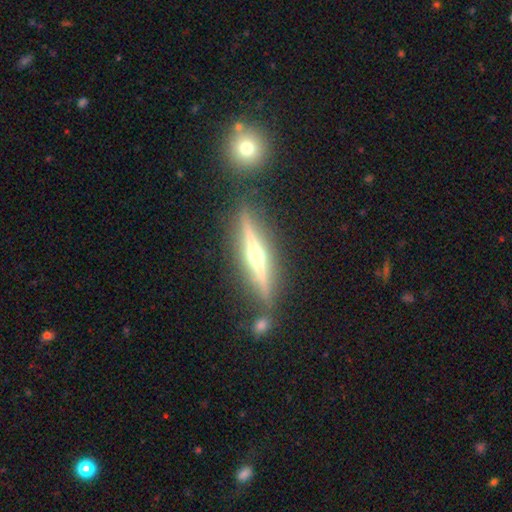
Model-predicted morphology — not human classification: A featured or disk galaxy (82%) viewed edge-on (97%) with a rounded central bulge (94%). Merging: none (84%).